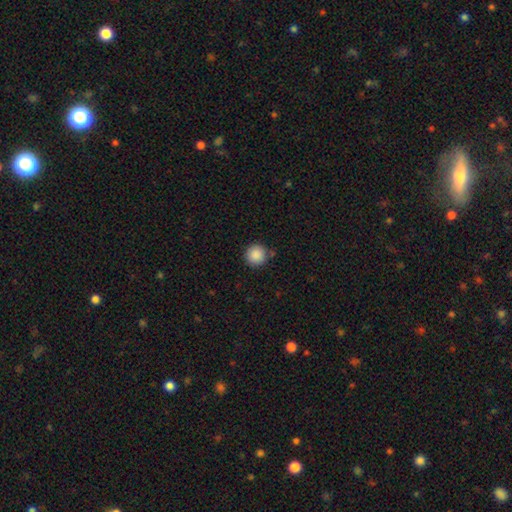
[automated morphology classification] type=smooth (89%); roundness=round (95%); merging=none (84%).